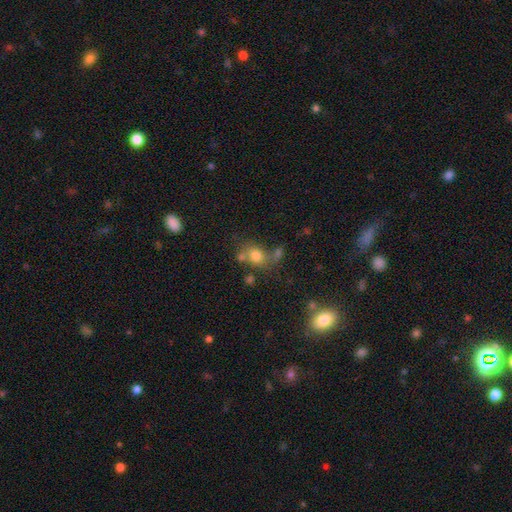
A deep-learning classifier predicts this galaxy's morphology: type=smooth (72%); roundness=round (57%); merging=none (50%).